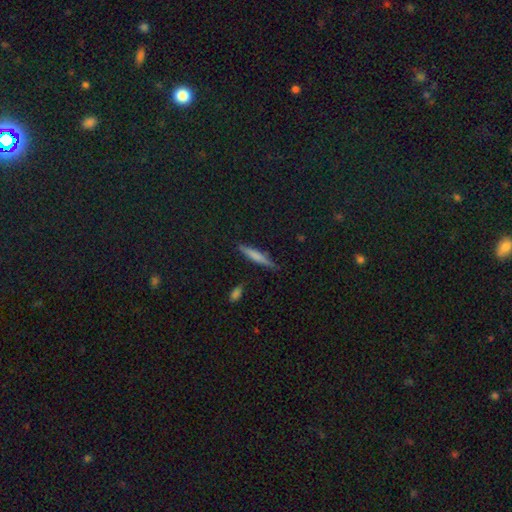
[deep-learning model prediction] smooth 65%, featured or disk 27%, star or artifact 8%. Down the decision tree: how rounded — cigar-shaped (90%); merging — none (83%).